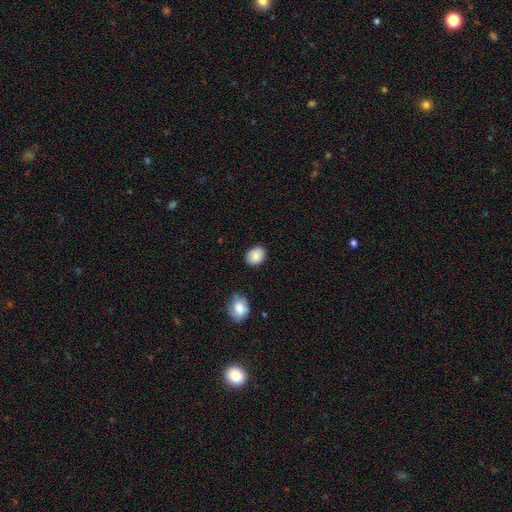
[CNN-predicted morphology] Smooth or featured? smooth (87%)
How rounded? in between (56%)
Merging? none (83%)